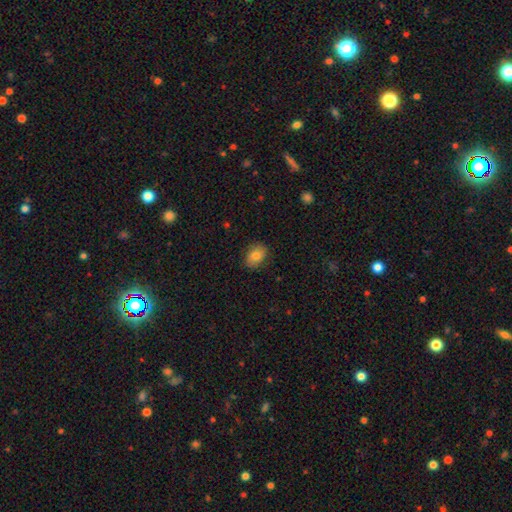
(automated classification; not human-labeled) Smooth or featured: smooth — 79% (featured or disk — 12%)
How rounded: in between — 76% (round — 22%)
Merging: none — 84% (minor disturbance — 12%)